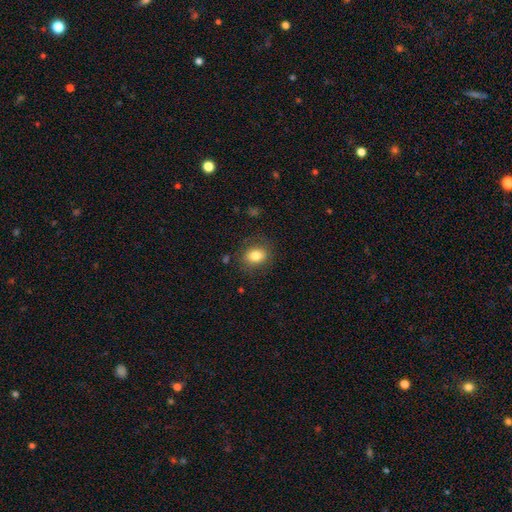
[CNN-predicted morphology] Smooth or featured: smooth — 82% (featured or disk — 9%)
How rounded: in between — 53% (round — 46%)
Merging: none — 81% (minor disturbance — 13%)